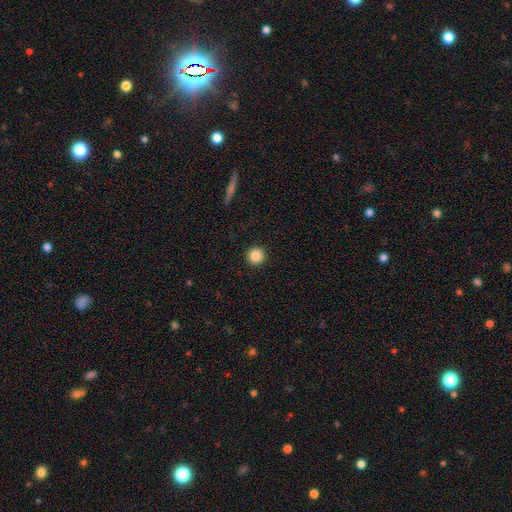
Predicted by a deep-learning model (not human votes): The model was most divided on "smooth or featured": smooth: 87%, star or artifact: 9%, featured or disk: 4%. More confident: how rounded — round (96%); merging — none (93%).